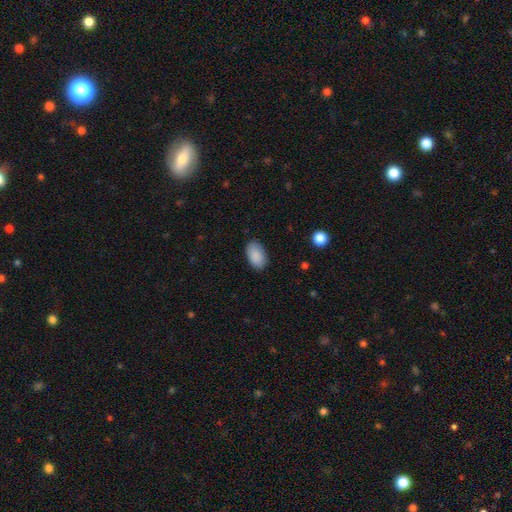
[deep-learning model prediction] Overall: smooth (90%). How rounded: in between (94%). Merging: none (86%).